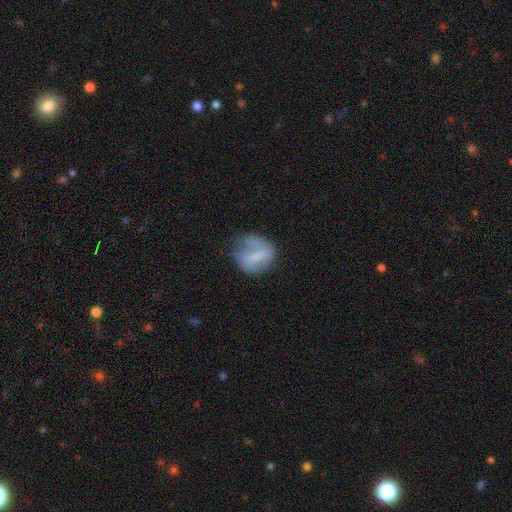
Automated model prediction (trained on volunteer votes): A smooth galaxy with no disk features (46%, tied with featured or disk).

Vote fractions:
- Smooth or featured? smooth: 46% (tied) / featured or disk: 46% (tied) / star or artifact: 8%
- Merging? none: 46% / minor disturbance: 29% / major disturbance: 22% / merger: 3%